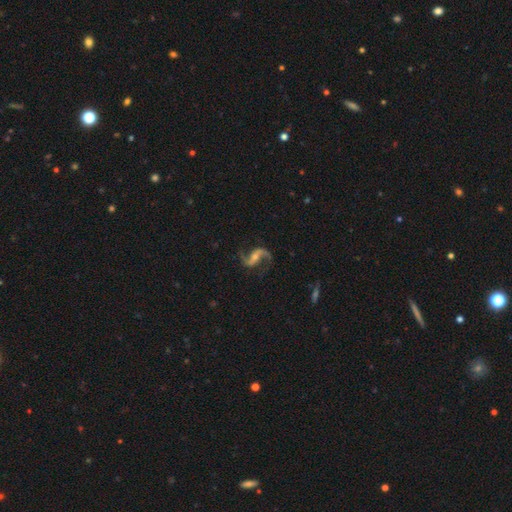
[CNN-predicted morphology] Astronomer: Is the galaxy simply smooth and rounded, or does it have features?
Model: featured or disk — 91%.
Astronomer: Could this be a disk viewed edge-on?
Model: no — 97%.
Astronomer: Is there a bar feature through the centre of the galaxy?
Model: weak — 37% (runner-up: no, 35%).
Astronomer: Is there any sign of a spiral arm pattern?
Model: yes — 98%.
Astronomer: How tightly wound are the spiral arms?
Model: loose — 72%.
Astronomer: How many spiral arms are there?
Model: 2 — 94%.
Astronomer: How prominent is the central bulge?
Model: small — 47% (runner-up: moderate, 46%).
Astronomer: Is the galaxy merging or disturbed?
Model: none — 79%.